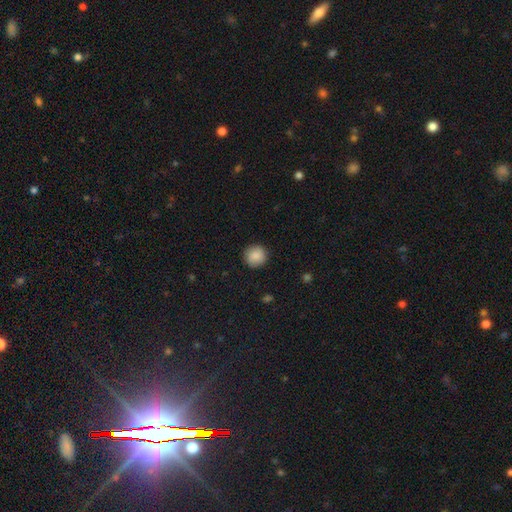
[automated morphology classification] This is clearly a smooth galaxy (88%). How rounded: clearly round (95%). Merging: clearly none (91%).